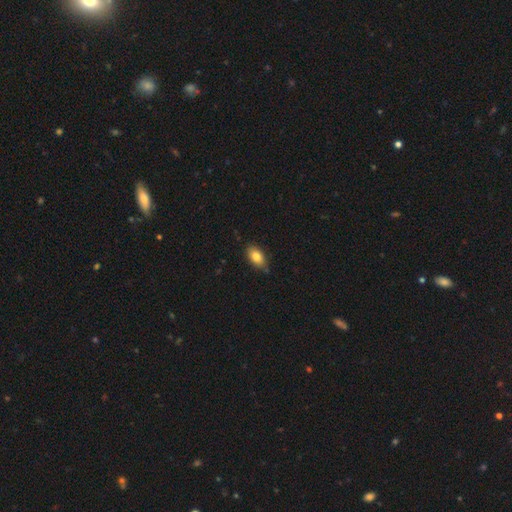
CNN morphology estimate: Overall: smooth (81%). How rounded: in between (90%). Merging: none (80%).